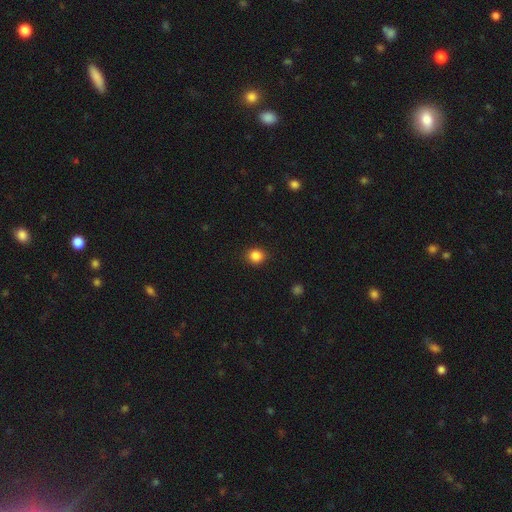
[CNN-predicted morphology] Smooth or featured? Predicted: smooth (p=0.86). How rounded? Predicted: round (p=0.80). Merging? Predicted: none (p=0.90).